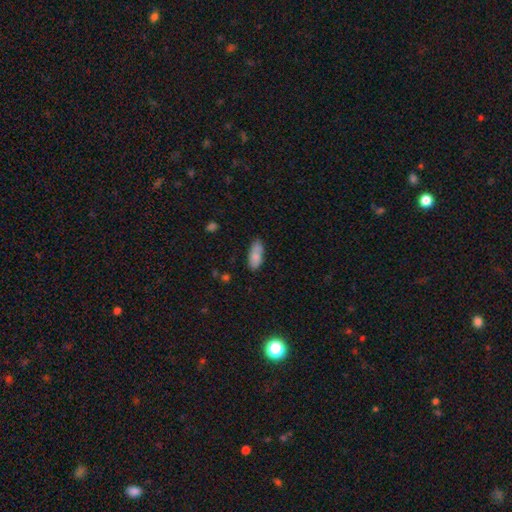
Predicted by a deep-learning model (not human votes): Smooth or featured? smooth (79%)
How rounded? in between (86%)
Merging? none (67%)